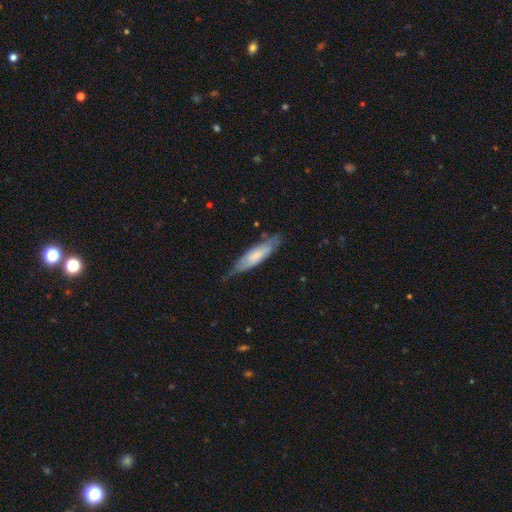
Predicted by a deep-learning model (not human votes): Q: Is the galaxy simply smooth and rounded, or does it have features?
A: smooth — 59%.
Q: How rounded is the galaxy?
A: cigar-shaped — 68%.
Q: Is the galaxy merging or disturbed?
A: none — 65%.